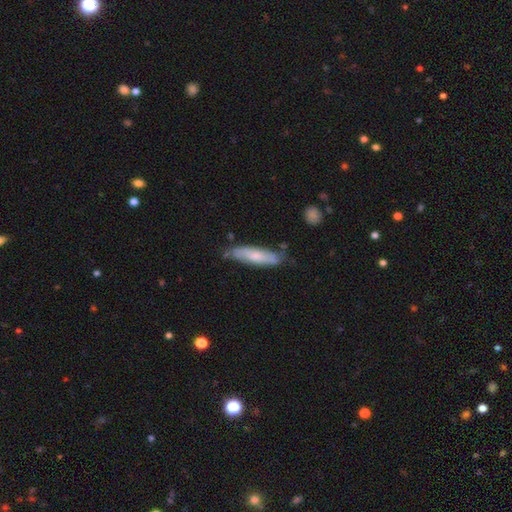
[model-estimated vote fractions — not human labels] smooth 58%, featured or disk 36%, star or artifact 6%. Down the decision tree: how rounded — cigar-shaped (69%); merging — none (68%).